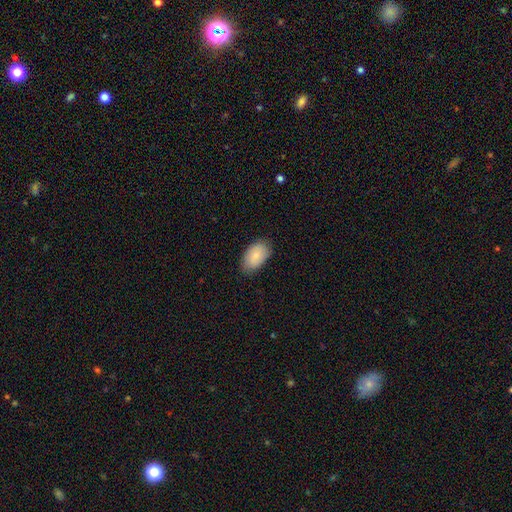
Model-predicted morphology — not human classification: Smooth or featured? Predicted: smooth (p=0.83). How rounded? Predicted: in between (p=0.93). Merging? Predicted: none (p=0.80).